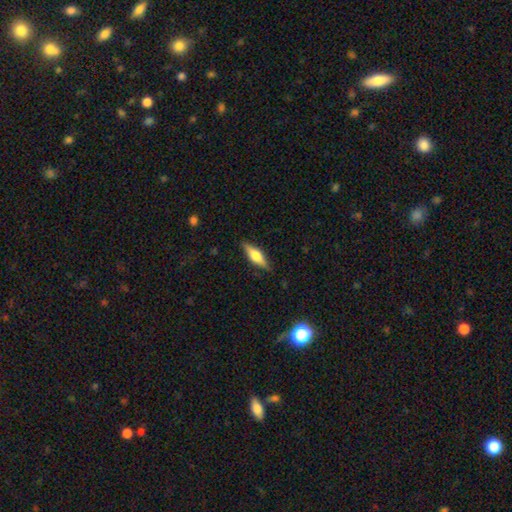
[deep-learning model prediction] smooth-or-featured: smooth: 48% | featured or disk: 46% | star or artifact: 6%
  merging: none: 86% | minor disturbance: 11% | major disturbance: 2% | merger: 1%